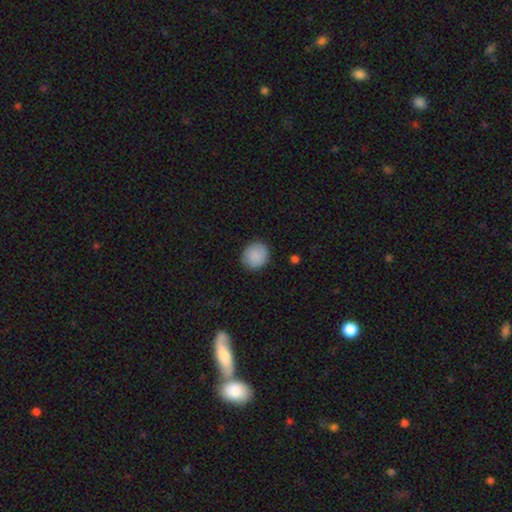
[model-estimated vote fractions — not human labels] Smooth or featured? smooth (89%)
How rounded? round (85%)
Merging? none (89%)